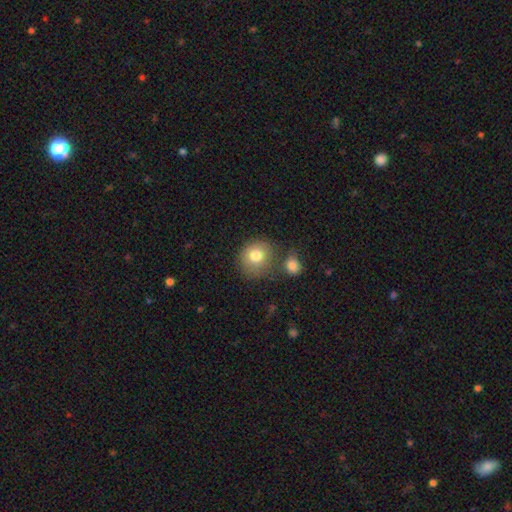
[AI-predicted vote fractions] smooth-or-featured: smooth: 80% | featured or disk: 11% | star or artifact: 9%
  how-rounded: round: 81% | in between: 18% | cigar-shaped: 1%
  merging: none: 64% | merger: 16% | minor disturbance: 15% | major disturbance: 5%